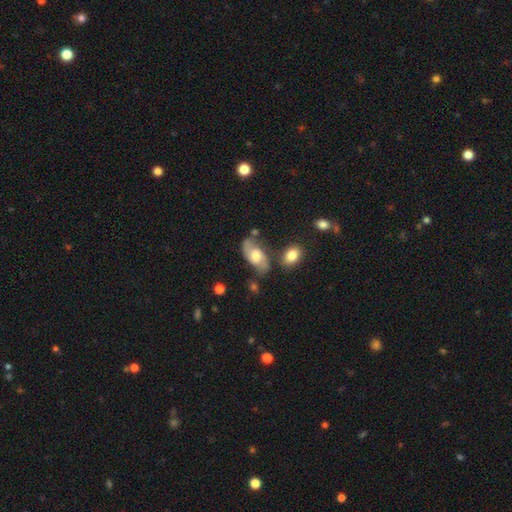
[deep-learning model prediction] A featured or disk galaxy (57%) with no bar (56%), spiral arms (81%) and a moderate central bulge (58%). Merging: none (60%).